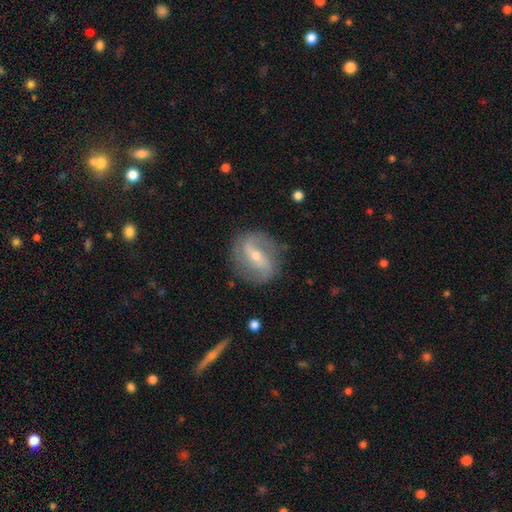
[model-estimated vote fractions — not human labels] Morphology: type=featured or disk (80%); edge-on=no (95%); bar=strong (42%); spiral arms=yes (88%); winding=loose (44%); arm count=2 (86%); bulge=small (58%); merging=none (80%).